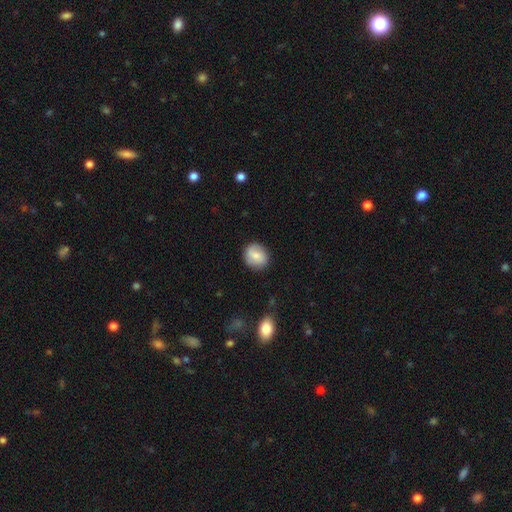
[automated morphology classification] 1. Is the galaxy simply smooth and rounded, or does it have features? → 73% smooth, 19% featured or disk, 7% star or artifact.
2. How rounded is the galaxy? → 80% round, 19% in between, 1% cigar-shaped.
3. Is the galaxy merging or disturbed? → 86% none, 10% minor disturbance, 3% major disturbance, 1% merger.